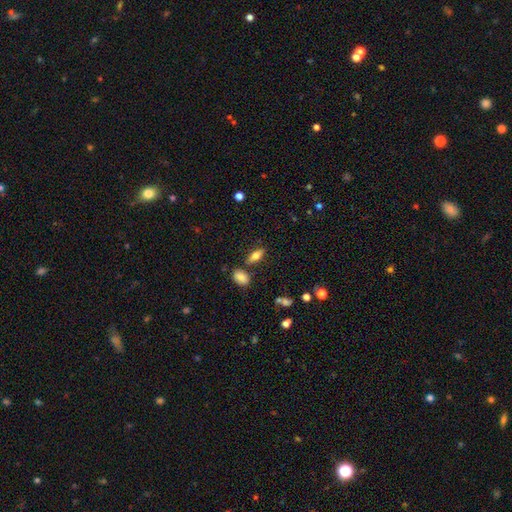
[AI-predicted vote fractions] smooth 68%, featured or disk 24%, star or artifact 9%. Down the decision tree: how rounded — in between (75%); merging — none (78%).